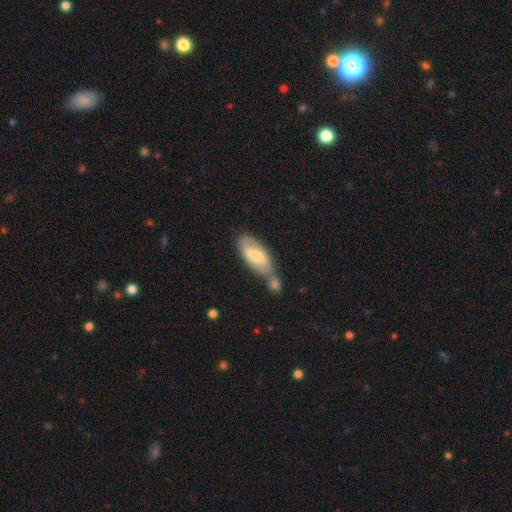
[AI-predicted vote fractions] This is possibly a smooth galaxy (59%). How rounded: clearly in between (84%). Merging: marginally merger (42%).